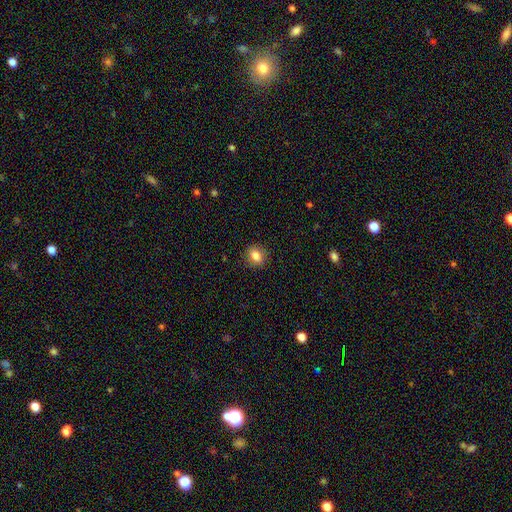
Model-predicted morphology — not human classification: This is clearly a smooth galaxy (83%). How rounded: possibly round (50%). Merging: clearly none (87%).